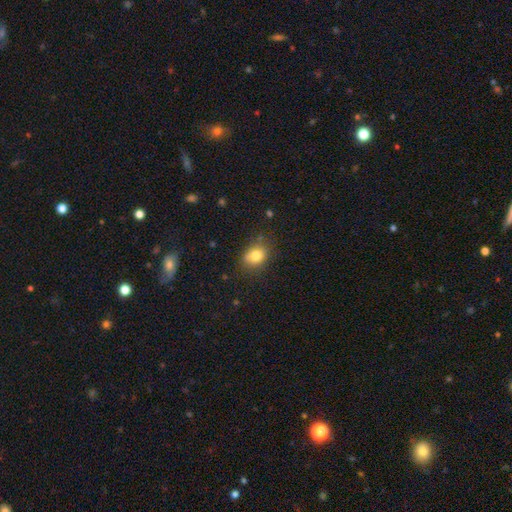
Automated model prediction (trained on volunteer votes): This is likely a smooth galaxy (80%). How rounded: possibly in between (54%). Merging: likely none (74%).